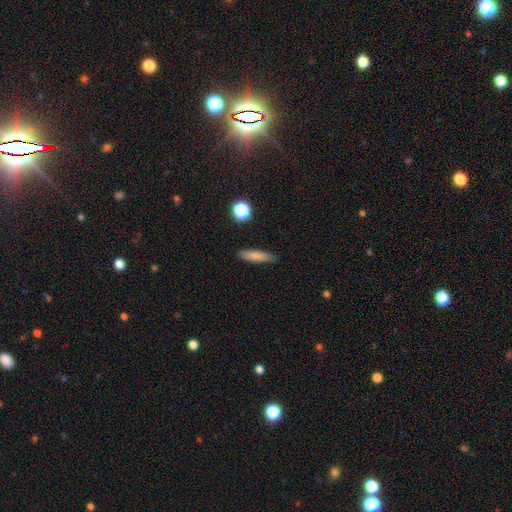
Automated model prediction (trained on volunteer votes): Smooth or featured? Predicted: smooth (p=0.79). How rounded? Predicted: cigar-shaped (p=0.72). Merging? Predicted: none (p=0.83).